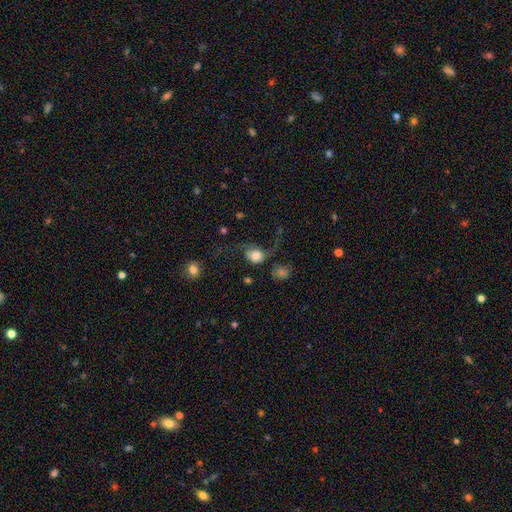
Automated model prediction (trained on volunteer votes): smooth-or-featured: smooth: 65% | featured or disk: 25% | star or artifact: 10%
  how-rounded: round: 69% | in between: 30% | cigar-shaped: 1%
  merging: major disturbance: 44% | none: 30% | minor disturbance: 19% | merger: 7%